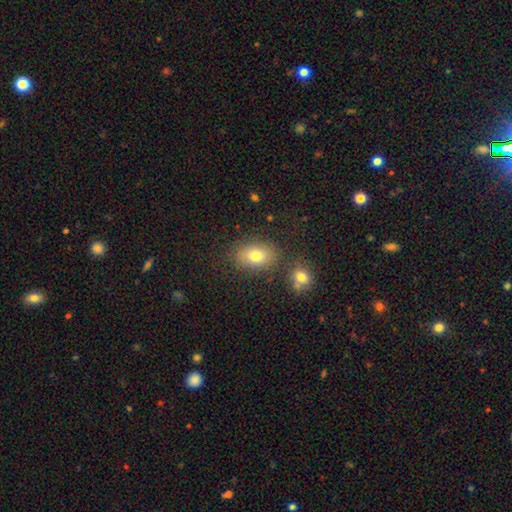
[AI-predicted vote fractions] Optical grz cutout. It shows a smooth galaxy with no disk features (77%) that is in between round and cigar-shaped (78%). Merging: none (76%).